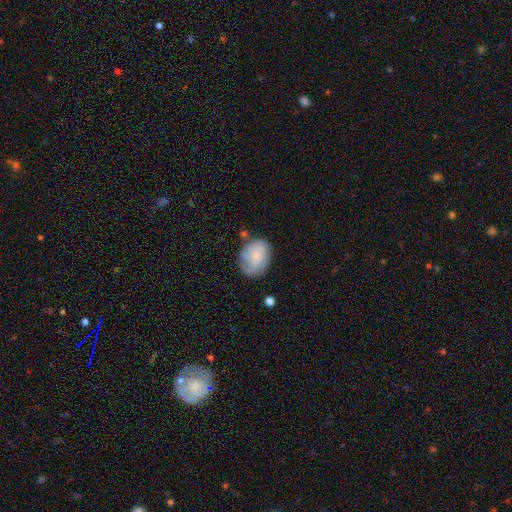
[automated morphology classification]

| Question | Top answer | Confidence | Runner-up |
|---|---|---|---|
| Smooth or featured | smooth | 61% | featured or disk (32%) |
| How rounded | in between | 60% | round (39%) |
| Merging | none | 58% | minor disturbance (27%) |